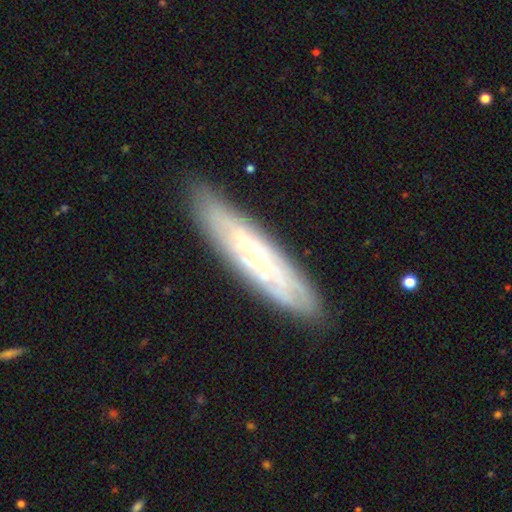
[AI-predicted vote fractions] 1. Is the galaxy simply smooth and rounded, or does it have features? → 67% featured or disk, 26% smooth, 7% star or artifact.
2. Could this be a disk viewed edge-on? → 54% no, 46% yes.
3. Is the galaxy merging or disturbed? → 83% none, 12% minor disturbance, 3% major disturbance, 2% merger.